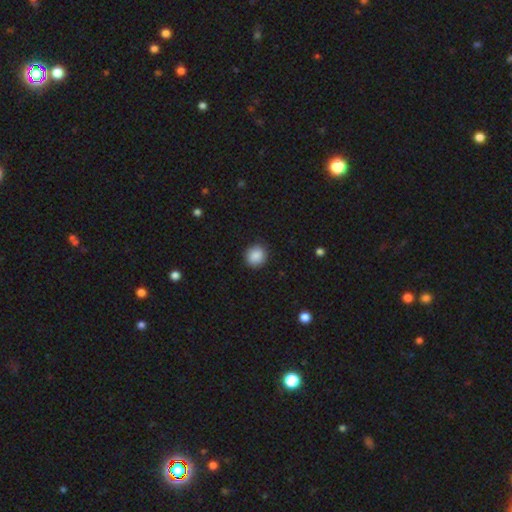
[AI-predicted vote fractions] smooth-or-featured: smooth: 89% | star or artifact: 8% | featured or disk: 3%
  how-rounded: round: 88% | in between: 11% | cigar-shaped: 1%
  merging: none: 90% | minor disturbance: 7% | major disturbance: 2% | merger: 1%